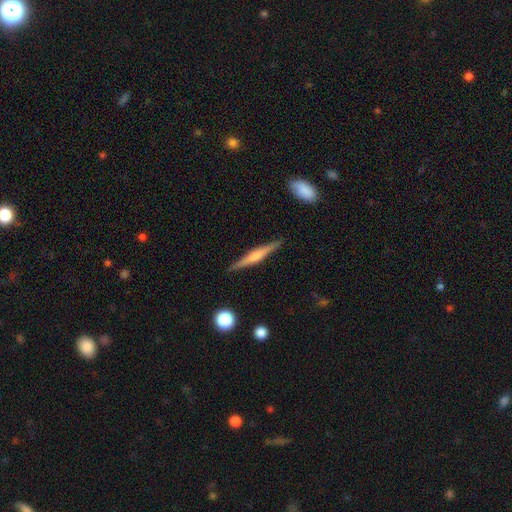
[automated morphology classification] Smooth or featured? Predicted: featured or disk (p=0.65). Edge-on disk? Predicted: yes (p=0.98). Edge-on bulge? Predicted: rounded (p=0.68). Merging? Predicted: none (p=0.89).